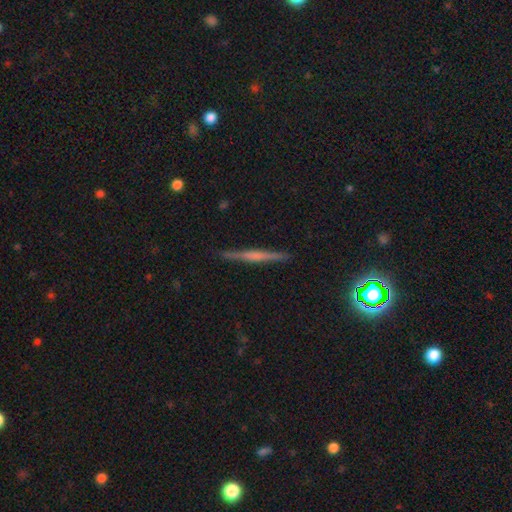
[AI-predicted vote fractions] smooth-or-featured: featured or disk: 60% | smooth: 31% | star or artifact: 9%
  disk-edge-on: yes: 98% | no: 2%
    edge-on-bulge: none: 43% | rounded: 35% | boxy: 22%
  merging: none: 91% | minor disturbance: 7% | major disturbance: 1% | merger: 1%